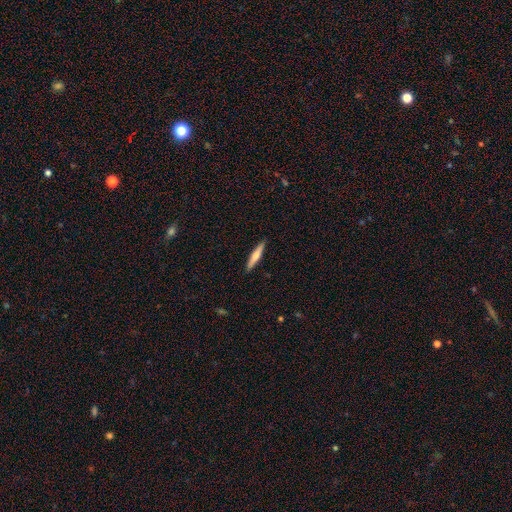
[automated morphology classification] Q: Smooth or featured?
A: smooth (55%); runner-up: featured or disk (40%)
Q: How rounded?
A: cigar-shaped (91%); runner-up: in between (8%)
Q: Merging?
A: none (91%); runner-up: minor disturbance (6%)